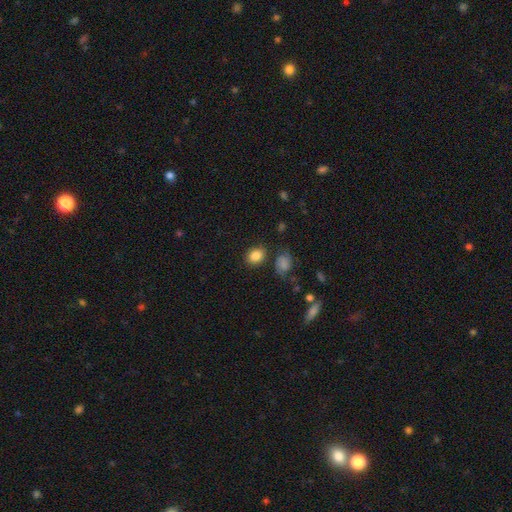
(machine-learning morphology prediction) This appears to be a smooth galaxy with no disk features (85%) that is in between round and cigar-shaped (53%). Merging: none (78%).